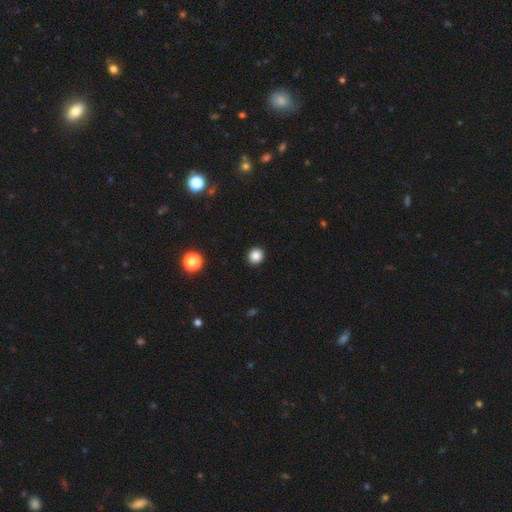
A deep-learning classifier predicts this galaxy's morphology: type=smooth (86%); roundness=round (85%); merging=none (93%).